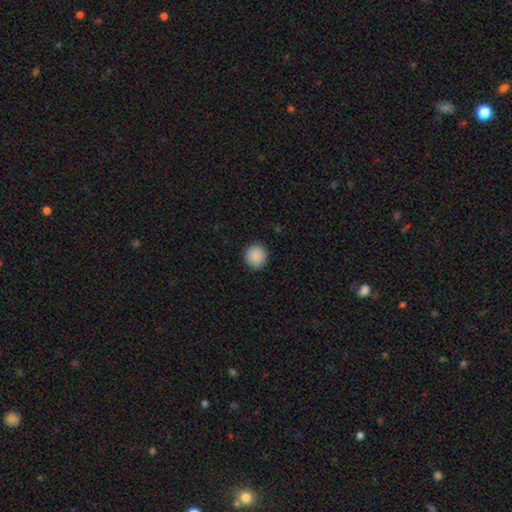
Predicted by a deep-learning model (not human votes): Morphology: type=smooth (90%); roundness=round (91%); merging=none (92%).